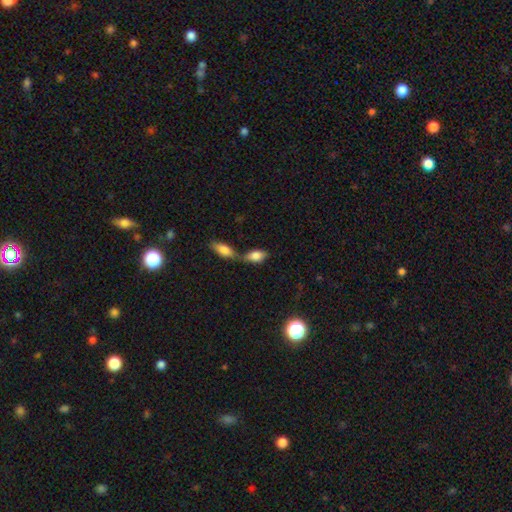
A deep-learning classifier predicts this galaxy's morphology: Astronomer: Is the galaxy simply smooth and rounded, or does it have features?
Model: smooth — 82%.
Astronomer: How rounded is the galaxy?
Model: in between — 89%.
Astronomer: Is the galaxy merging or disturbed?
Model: merger — 54% (runner-up: none, 31%).